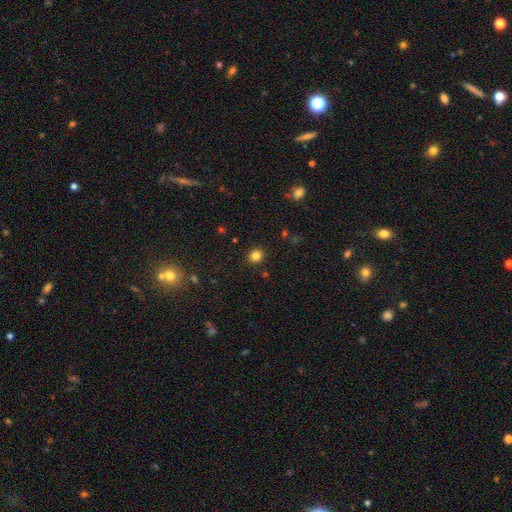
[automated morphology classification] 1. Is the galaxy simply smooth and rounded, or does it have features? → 82% smooth, 13% star or artifact, 5% featured or disk.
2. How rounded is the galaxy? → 83% round, 16% in between, 1% cigar-shaped.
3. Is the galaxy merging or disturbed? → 91% none, 6% minor disturbance, 2% major disturbance, 1% merger.